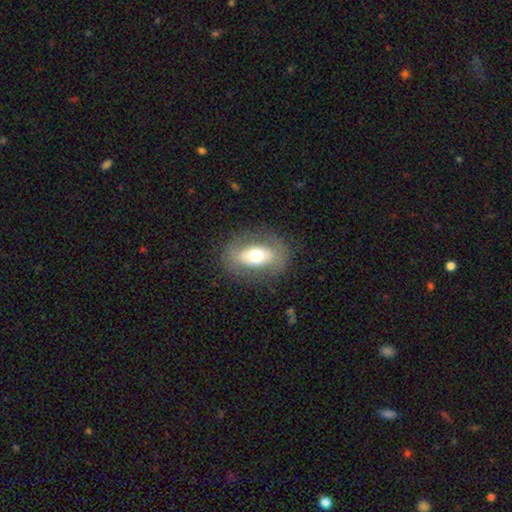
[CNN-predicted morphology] Q: Smooth or featured?
A: smooth (49%); runner-up: featured or disk (43%)
Q: Merging?
A: none (78%); runner-up: minor disturbance (13%)